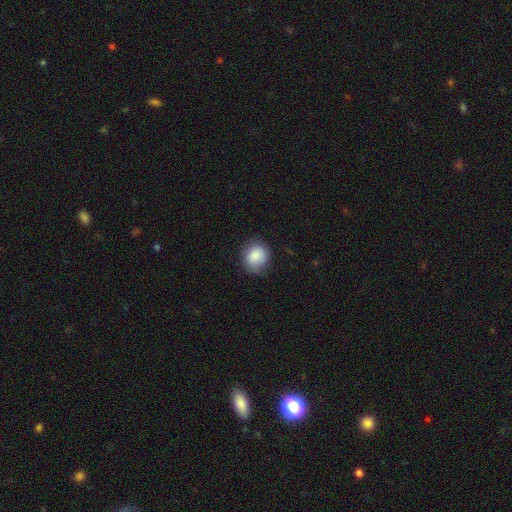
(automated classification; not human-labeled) A smooth galaxy with no disk features (83%) that is round (81%). Merging: none (71%).